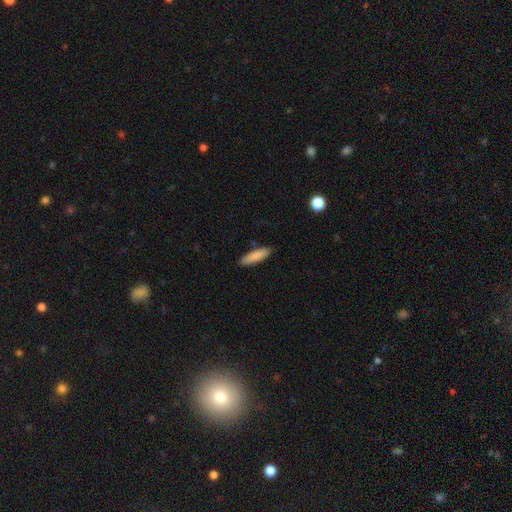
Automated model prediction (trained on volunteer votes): Q: Smooth or featured?
A: smooth (86%); runner-up: featured or disk (8%)
Q: How rounded?
A: cigar-shaped (65%); runner-up: in between (33%)
Q: Merging?
A: none (86%); runner-up: minor disturbance (10%)